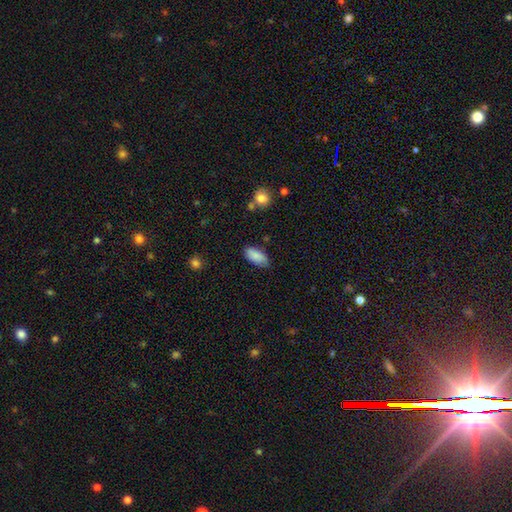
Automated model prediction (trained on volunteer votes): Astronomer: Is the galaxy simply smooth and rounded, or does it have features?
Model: smooth — 87%.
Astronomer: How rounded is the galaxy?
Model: in between — 90%.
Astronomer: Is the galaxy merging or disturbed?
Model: none — 77%.